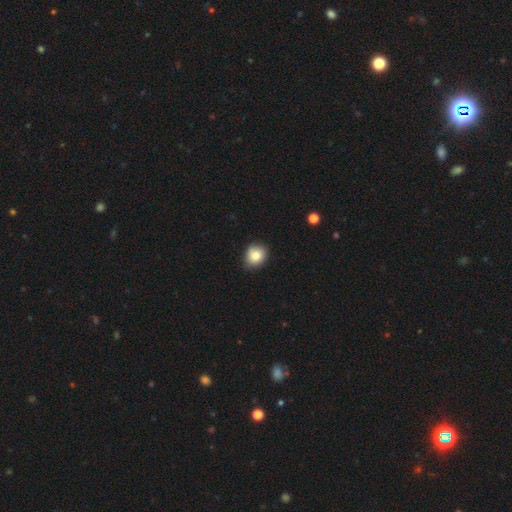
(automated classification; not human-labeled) smooth_or_featured: smooth (p=0.82) [alt: star or artifact p=0.10]
how_rounded: round (p=0.69) [alt: in between p=0.30]
merging: none (p=0.79) [alt: minor disturbance p=0.18]